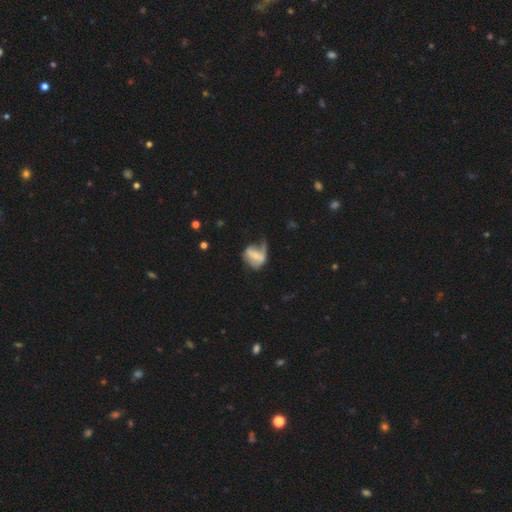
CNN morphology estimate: Smooth or featured: featured or disk — 53% (smooth — 39%)
Edge-on disk: no — 95% (yes — 5%)
Bar: no — 38% (weak — 35%)
Spiral arms: yes — 57% (no — 43%)
Bulge size: small — 54% (moderate — 29%)
Merging: major disturbance — 41% (none — 27%)